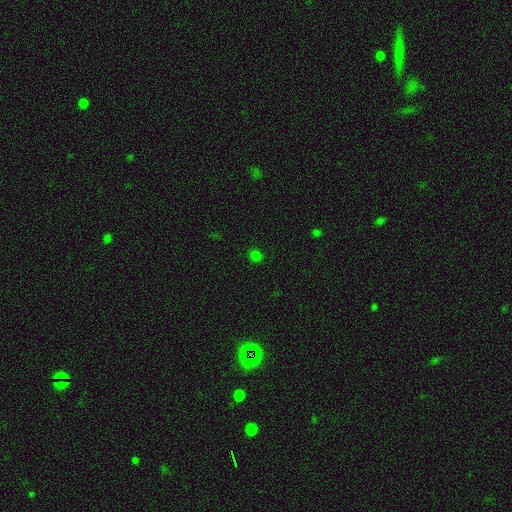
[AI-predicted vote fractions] A smooth galaxy with no disk features (73%) that is round (86%).

Vote fractions:
- Smooth or featured? smooth: 73% / star or artifact: 23% / featured or disk: 3%
- How rounded? round: 86% / in between: 13% / cigar-shaped: 1%
- Merging? none: 89% / minor disturbance: 7% / major disturbance: 2% / merger: 1%